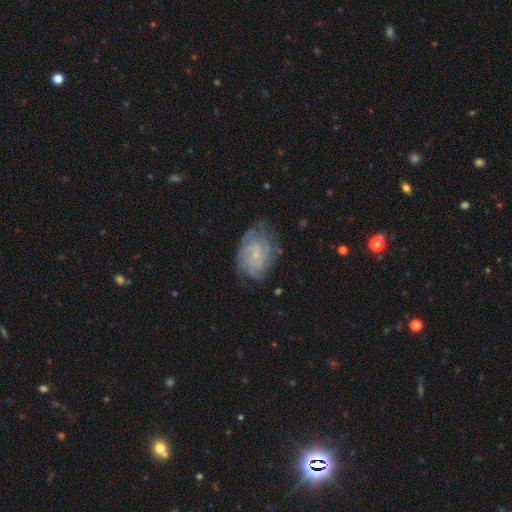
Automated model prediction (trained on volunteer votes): Smooth or featured? featured or disk (72%)
Edge-on disk? no (97%)
Bar? no (70%)
Spiral arms? yes (88%)
Spiral winding? tight (59%)
Spiral arm count? can't tell (45%)
Bulge size? small (77%)
Merging? none (62%)